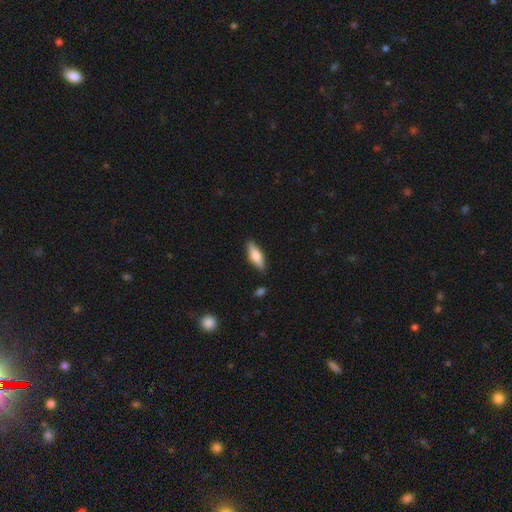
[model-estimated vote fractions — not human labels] This is likely a smooth galaxy (68%). How rounded: possibly in between (53%). Merging: clearly none (85%).